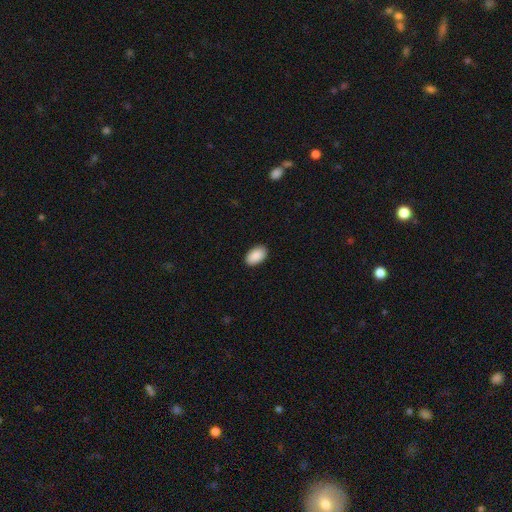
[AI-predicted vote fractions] Smooth or featured? smooth (91%)
How rounded? in between (93%)
Merging? none (89%)